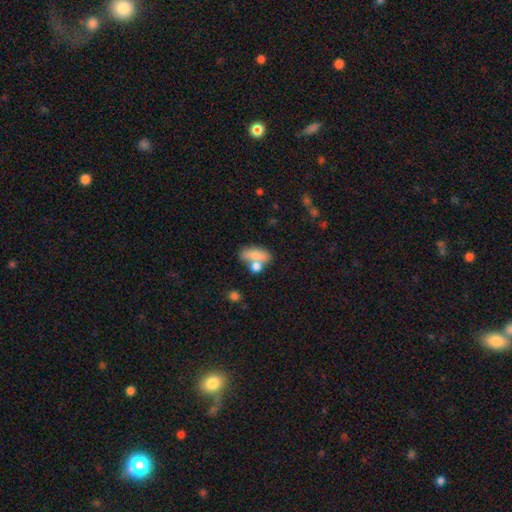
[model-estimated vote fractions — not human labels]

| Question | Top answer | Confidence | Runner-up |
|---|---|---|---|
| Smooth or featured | smooth | 71% | featured or disk (21%) |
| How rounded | in between | 75% | cigar-shaped (14%) |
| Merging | none | 42% | merger (37%) |